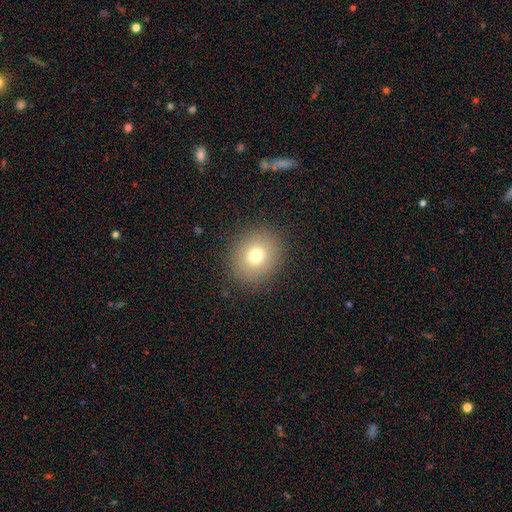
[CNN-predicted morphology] The model was most divided on "how rounded": round: 72%, in between: 27%, cigar-shaped: 1%. More confident: merging — none (88%); smooth or featured — smooth (74%).